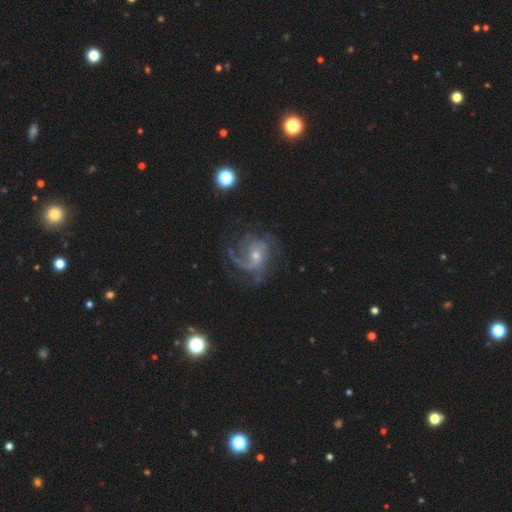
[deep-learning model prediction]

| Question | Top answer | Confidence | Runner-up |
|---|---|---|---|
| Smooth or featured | featured or disk | 85% | star or artifact (8%) |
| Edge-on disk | no | 98% | yes (2%) |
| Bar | no | 62% | weak (31%) |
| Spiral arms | yes | 96% | no (4%) |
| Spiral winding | medium | 47% | tight (30%) |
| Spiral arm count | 2 | 34% | 3 (21%) |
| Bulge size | small | 62% | moderate (33%) |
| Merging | none | 62% | major disturbance (18%) |